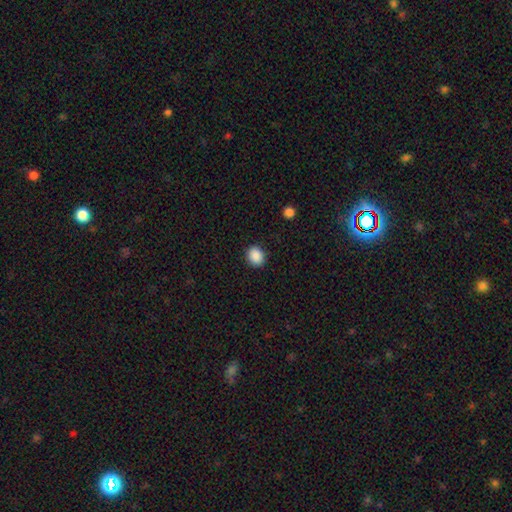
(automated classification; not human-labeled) A smooth galaxy with no disk features (88%) that is round (62%). Merging: none (90%).